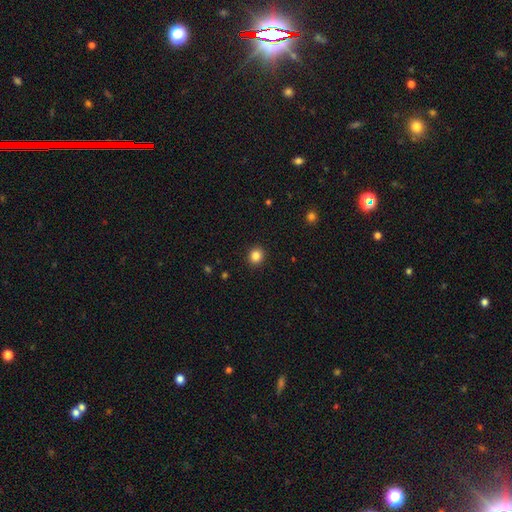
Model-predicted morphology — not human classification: A smooth galaxy with no disk features (85%) that is round (83%).

Vote fractions:
- Smooth or featured? smooth: 85% / star or artifact: 11% / featured or disk: 4%
- How rounded? round: 83% / in between: 16% / cigar-shaped: 1%
- Merging? none: 92% / minor disturbance: 5% / major disturbance: 2% / merger: 1%